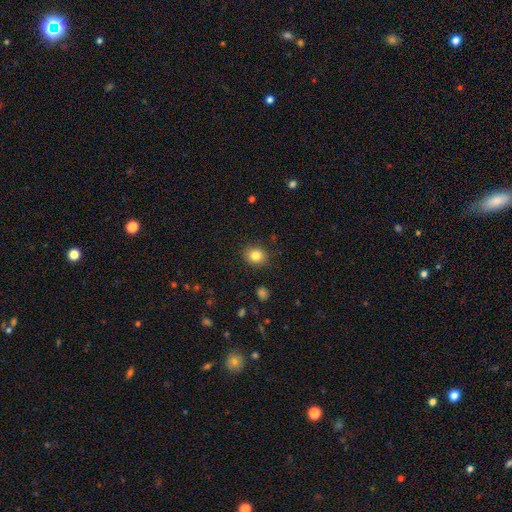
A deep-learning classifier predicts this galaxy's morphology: smooth 83%, star or artifact 10%, featured or disk 6%. Down the decision tree: how rounded — round (74%); merging — none (89%).